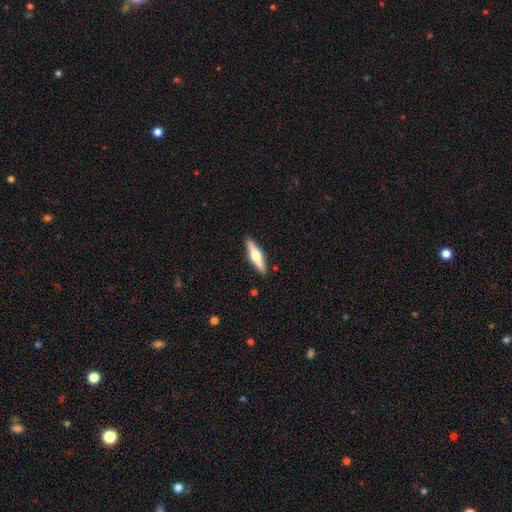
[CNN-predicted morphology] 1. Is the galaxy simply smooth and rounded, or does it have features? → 55% featured or disk, 40% smooth, 5% star or artifact.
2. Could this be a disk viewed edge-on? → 95% yes, 5% no.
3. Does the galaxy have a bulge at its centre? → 93% rounded, 4% boxy, 2% none.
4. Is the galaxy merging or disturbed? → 90% none, 7% minor disturbance, 2% major disturbance, 1% merger.